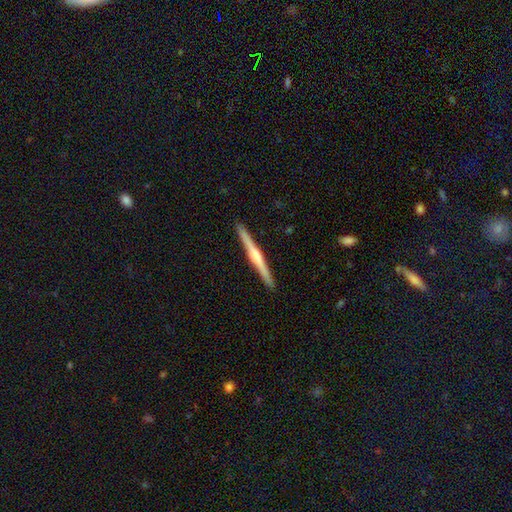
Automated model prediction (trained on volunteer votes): This is likely a featured or disk galaxy (71%). It is clearly viewed edge-on (98%). Edge-on bulge: likely rounded (70%). Merging: clearly none (93%).